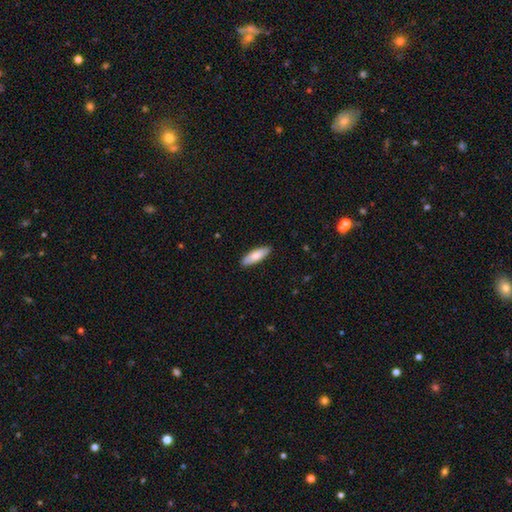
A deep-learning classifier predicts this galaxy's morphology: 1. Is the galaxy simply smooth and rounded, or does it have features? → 80% smooth, 14% featured or disk, 5% star or artifact.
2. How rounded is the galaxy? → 55% in between, 43% cigar-shaped, 2% round.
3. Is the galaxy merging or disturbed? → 88% none, 9% minor disturbance, 2% major disturbance, 1% merger.